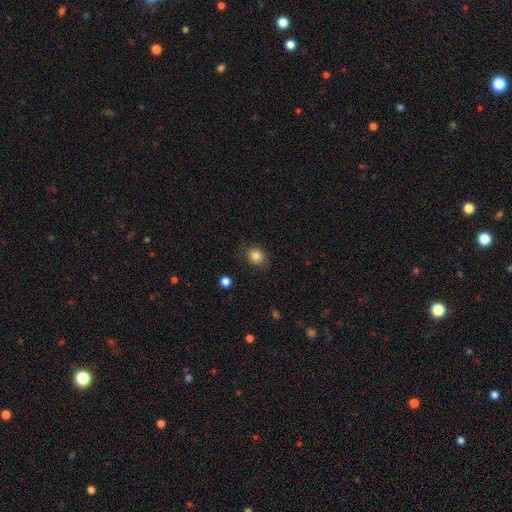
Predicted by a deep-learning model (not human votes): smooth_or_featured: smooth (p=0.84) [alt: star or artifact p=0.11]
how_rounded: round (p=0.75) [alt: in between p=0.24]
merging: none (p=0.85) [alt: minor disturbance p=0.11]